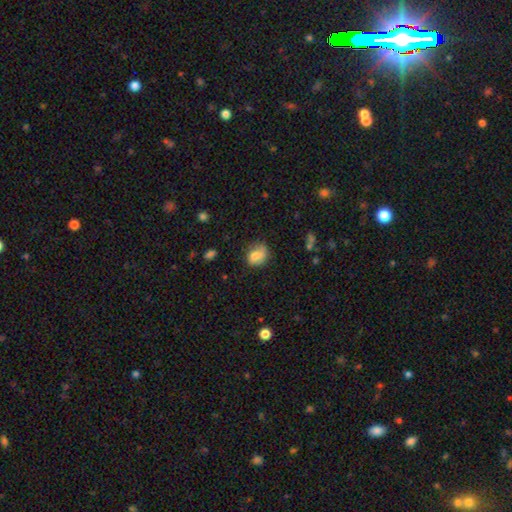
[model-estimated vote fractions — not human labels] This appears to be a smooth galaxy with no disk features (72%) that is round (51%). Merging: none (58%).